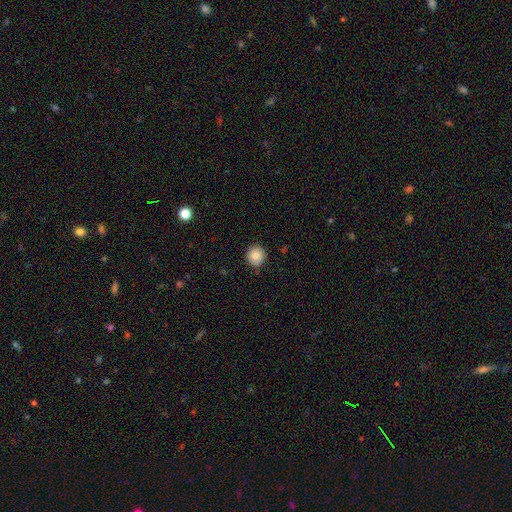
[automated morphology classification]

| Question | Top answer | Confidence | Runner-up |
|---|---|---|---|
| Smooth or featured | smooth | 86% | star or artifact (9%) |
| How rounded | round | 92% | in between (7%) |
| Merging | none | 88% | minor disturbance (9%) |